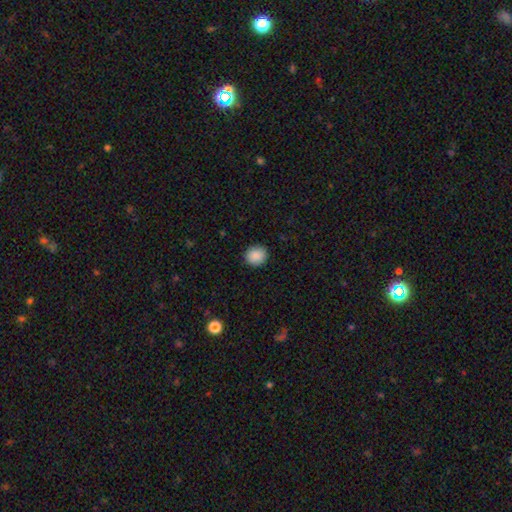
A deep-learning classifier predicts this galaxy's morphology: Q: Smooth or featured?
A: smooth (89%); runner-up: star or artifact (8%)
Q: How rounded?
A: round (83%); runner-up: in between (16%)
Q: Merging?
A: none (91%); runner-up: minor disturbance (6%)